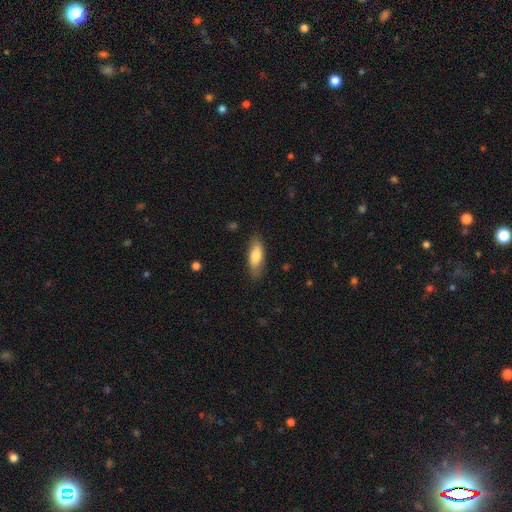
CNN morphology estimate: A smooth galaxy with no disk features (76%) that is in between round and cigar-shaped (73%). Merging: none (81%).